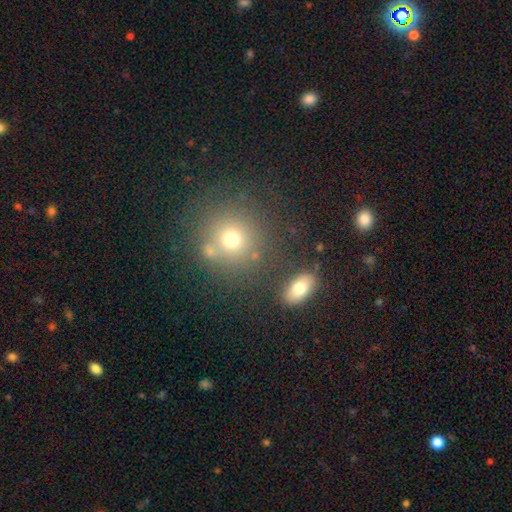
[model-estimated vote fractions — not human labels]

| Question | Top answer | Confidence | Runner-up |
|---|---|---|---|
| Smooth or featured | smooth | 66% | star or artifact (21%) |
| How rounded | round | 86% | in between (12%) |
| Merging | none | 71% | merger (16%) |